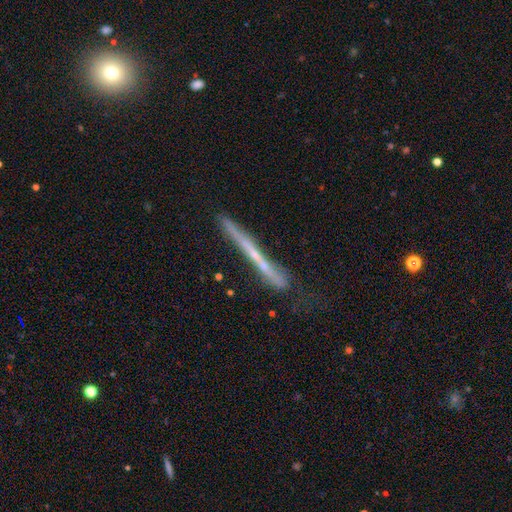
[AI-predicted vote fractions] A featured or disk galaxy (59%) viewed edge-on (91%) with no central bulge (76%).

Vote fractions:
- Smooth or featured? featured or disk: 59% / smooth: 32% / star or artifact: 9%
- Edge-on disk? yes: 91% / no: 9%
- Edge-on bulge? none: 76% / rounded: 19% / boxy: 5%
- Merging? none: 65% / minor disturbance: 22% / major disturbance: 8% / merger: 6%